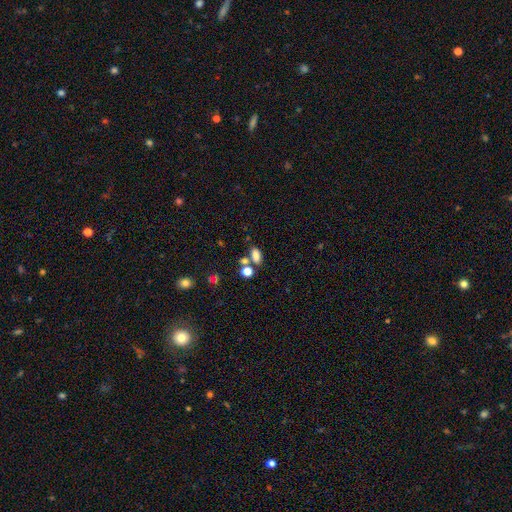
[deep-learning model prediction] smooth_or_featured: smooth (p=0.79) [alt: star or artifact p=0.14]
how_rounded: in between (p=0.85) [alt: round p=0.11]
merging: none (p=0.55) [alt: merger p=0.29]